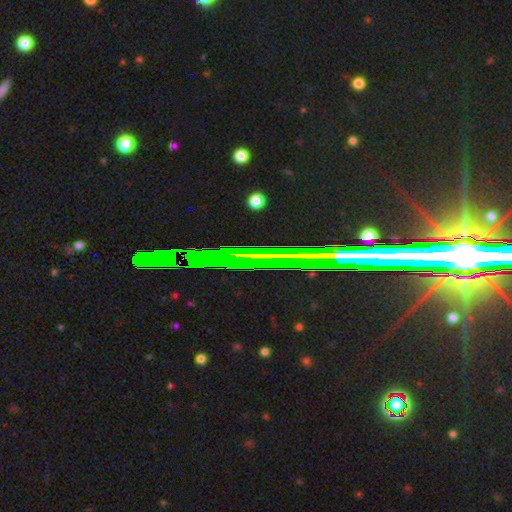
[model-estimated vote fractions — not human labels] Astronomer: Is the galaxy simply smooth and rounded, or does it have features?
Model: star or artifact — 76%.